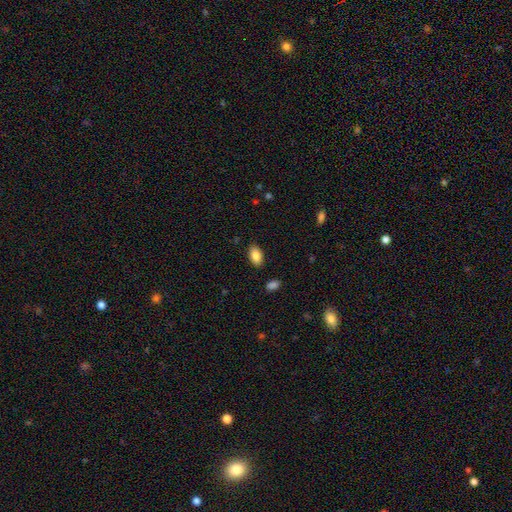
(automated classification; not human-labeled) Smooth or featured: smooth — 86% (star or artifact — 7%)
How rounded: in between — 93% (round — 5%)
Merging: none — 87% (minor disturbance — 9%)